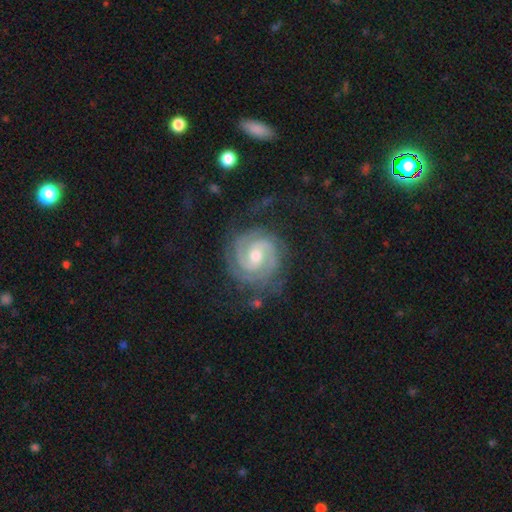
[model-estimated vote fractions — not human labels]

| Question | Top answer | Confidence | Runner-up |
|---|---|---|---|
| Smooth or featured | featured or disk | 91% | star or artifact (5%) |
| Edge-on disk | no | 98% | yes (2%) |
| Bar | weak | 44% | no (42%) |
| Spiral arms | yes | 98% | no (2%) |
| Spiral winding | tight | 70% | medium (26%) |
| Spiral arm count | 2 | 65% | 3 (17%) |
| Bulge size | moderate | 59% | small (36%) |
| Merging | none | 75% | minor disturbance (16%) |